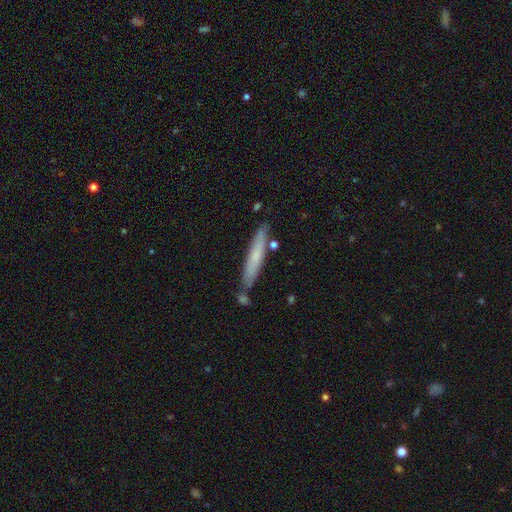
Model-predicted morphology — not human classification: Overall: smooth (59%; featured or disk 35%). How rounded: cigar-shaped (94%). Merging: none (77%).